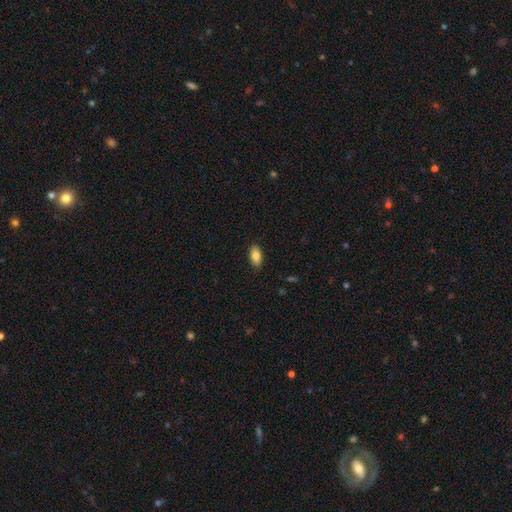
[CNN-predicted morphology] Smooth or featured? Predicted: smooth (p=0.85). How rounded? Predicted: in between (p=0.91). Merging? Predicted: none (p=0.87).